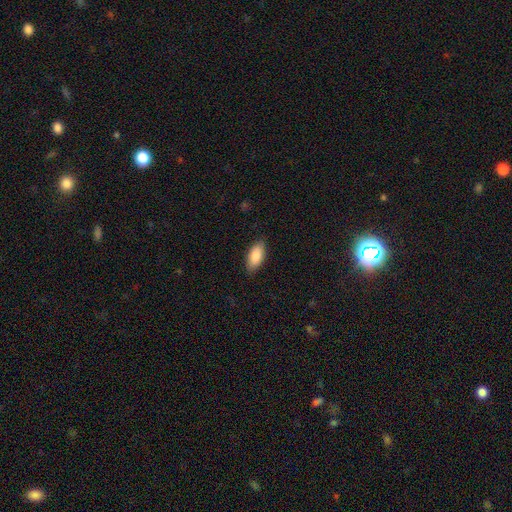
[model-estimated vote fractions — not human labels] The model was most divided on "merging": none: 85%, minor disturbance: 11%, major disturbance: 2%, merger: 1%. More confident: how rounded — in between (88%); smooth or featured — smooth (87%).